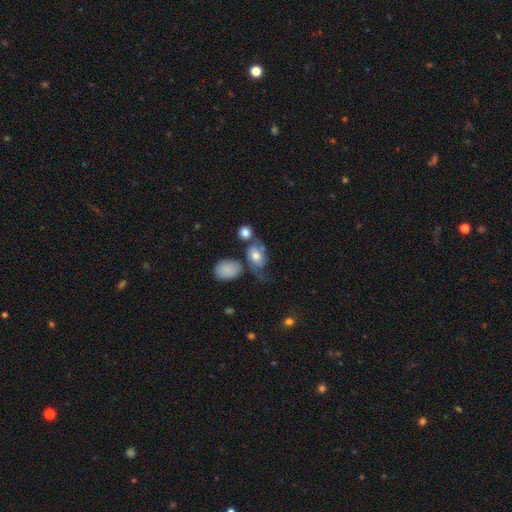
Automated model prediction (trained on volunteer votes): This appears to be a smooth galaxy with no disk features (52%) that is in between round and cigar-shaped (69%). Merging: none (29%).